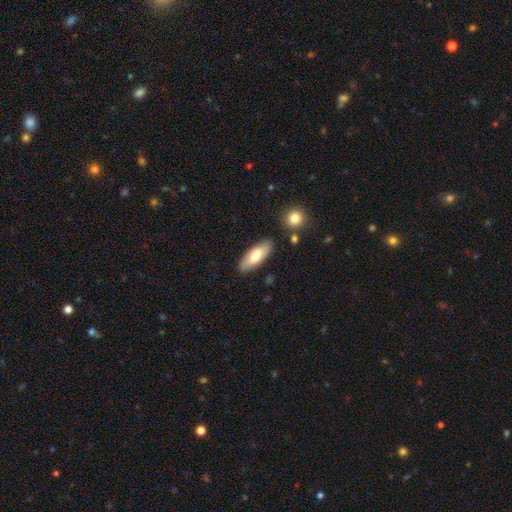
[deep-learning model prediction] Smooth or featured? smooth (72%)
How rounded? in between (76%)
Merging? none (83%)